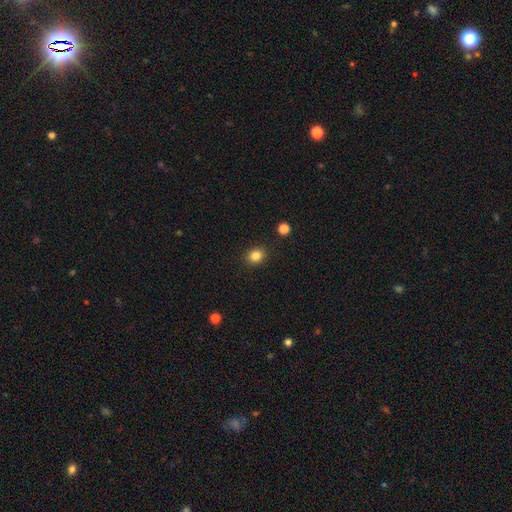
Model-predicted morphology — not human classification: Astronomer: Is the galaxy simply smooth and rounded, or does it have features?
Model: smooth — 83%.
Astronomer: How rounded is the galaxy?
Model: round — 63%.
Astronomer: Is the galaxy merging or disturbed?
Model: none — 90%.